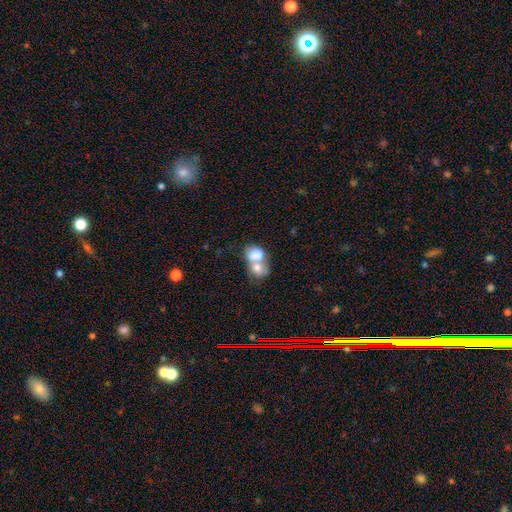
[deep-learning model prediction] Q: Smooth or featured?
A: smooth (73%); runner-up: featured or disk (20%)
Q: How rounded?
A: in between (59%); runner-up: round (39%)
Q: Merging?
A: merger (77%); runner-up: none (13%)